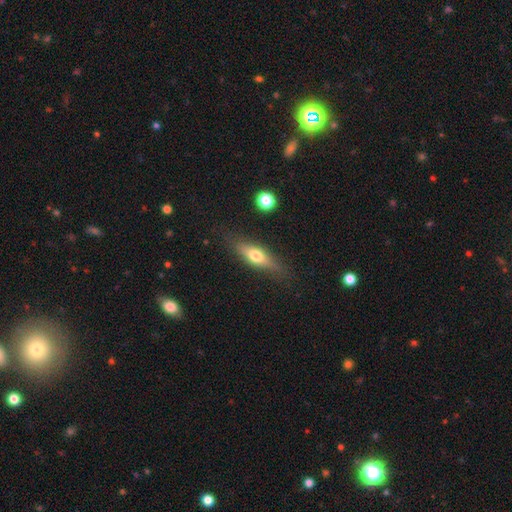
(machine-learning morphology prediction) type=smooth (56%); roundness=cigar-shaped (48%, tied with in between); merging=none (80%).